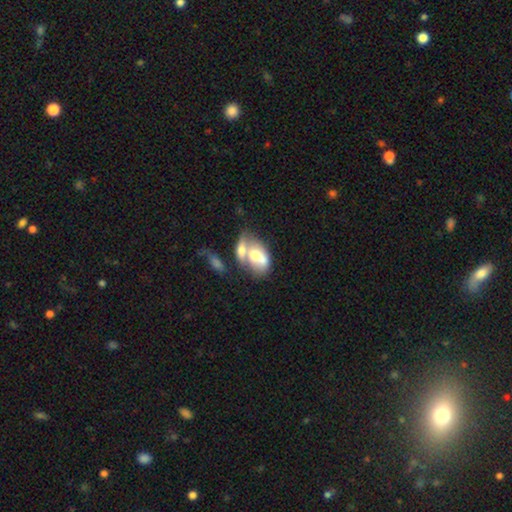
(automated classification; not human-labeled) smooth 54%, featured or disk 39%, star or artifact 8%. Down the decision tree: how rounded — in between (81%); merging — merger (66%).